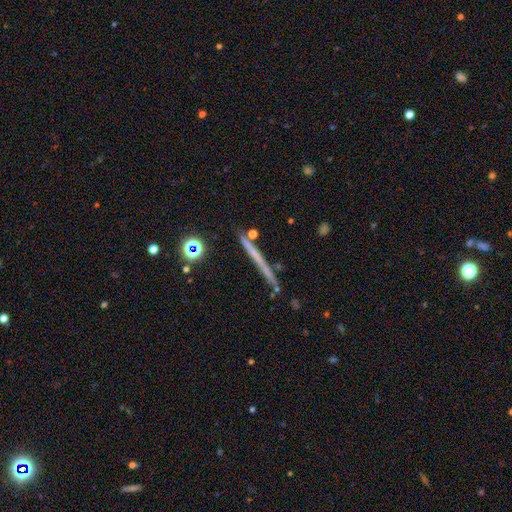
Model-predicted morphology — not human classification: Q: Smooth or featured?
A: featured or disk (52%); runner-up: smooth (34%)
Q: Edge-on disk?
A: yes (96%); runner-up: no (4%)
Q: Edge-on bulge?
A: none (89%); runner-up: rounded (8%)
Q: Merging?
A: none (84%); runner-up: minor disturbance (10%)